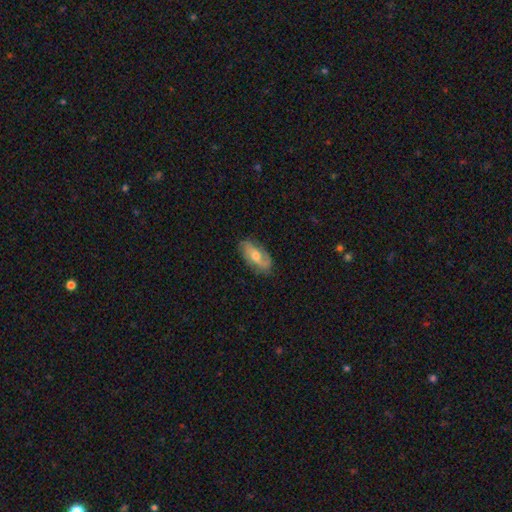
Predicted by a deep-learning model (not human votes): A featured or disk galaxy (58%) with no bar (55%), spiral arms (82%) and a moderate central bulge (68%). Merging: none (78%).